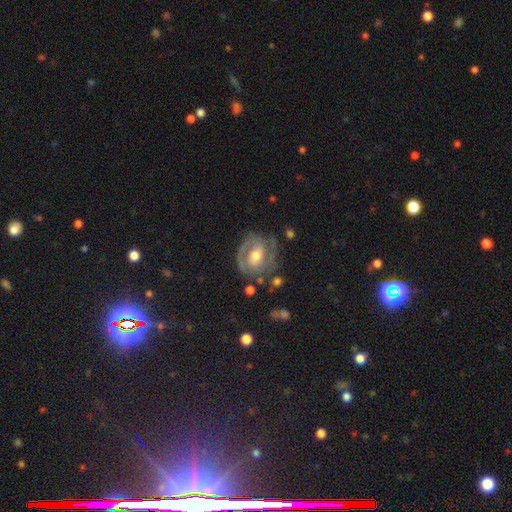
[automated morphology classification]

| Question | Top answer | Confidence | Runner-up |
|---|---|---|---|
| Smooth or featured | featured or disk | 84% | smooth (10%) |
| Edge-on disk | no | 97% | yes (3%) |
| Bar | weak | 42% | no (32%) |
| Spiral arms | yes | 92% | no (8%) |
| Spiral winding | tight | 51% | medium (39%) |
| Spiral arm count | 2 | 73% | can't tell (11%) |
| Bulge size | moderate | 70% | small (19%) |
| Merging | none | 69% | minor disturbance (19%) |